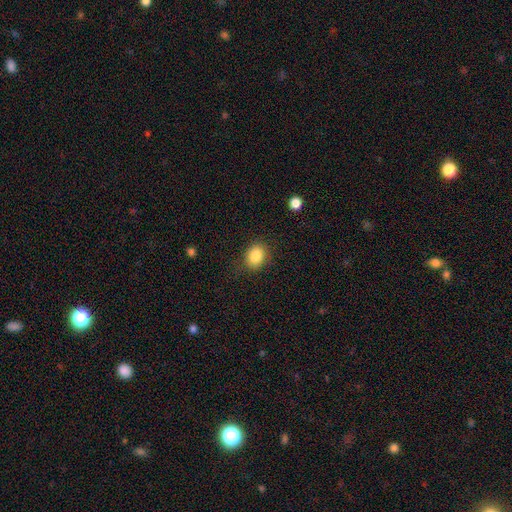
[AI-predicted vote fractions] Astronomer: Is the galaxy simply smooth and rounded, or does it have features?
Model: smooth — 85%.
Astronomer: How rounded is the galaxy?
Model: in between — 54% (runner-up: round, 45%).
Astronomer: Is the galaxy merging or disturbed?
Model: none — 83%.